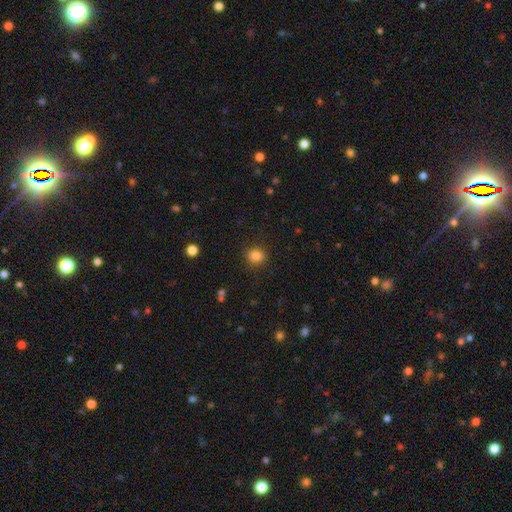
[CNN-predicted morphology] This is clearly a smooth galaxy (85%). How rounded: likely round (74%). Merging: clearly none (87%).